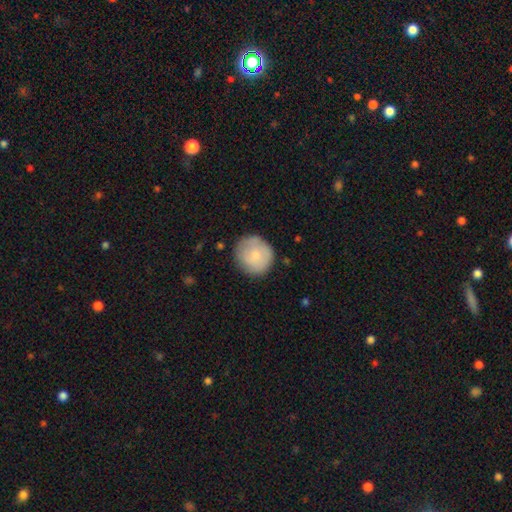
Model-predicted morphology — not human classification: smooth 72%, featured or disk 22%, star or artifact 6%. Down the decision tree: how rounded — round (92%); merging — none (80%).